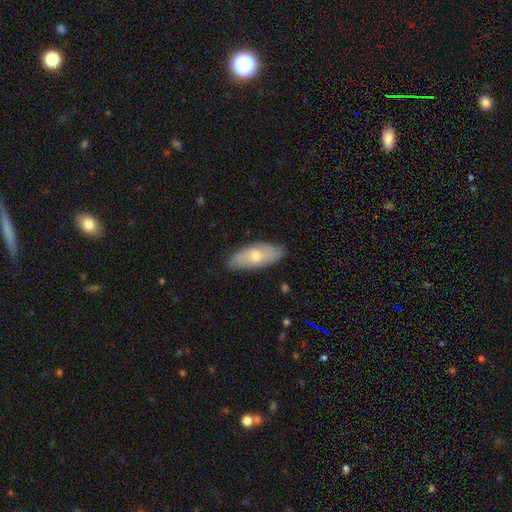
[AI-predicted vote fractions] Overall: smooth (58%; featured or disk 36%). How rounded: in between (82%). Merging: none (82%).